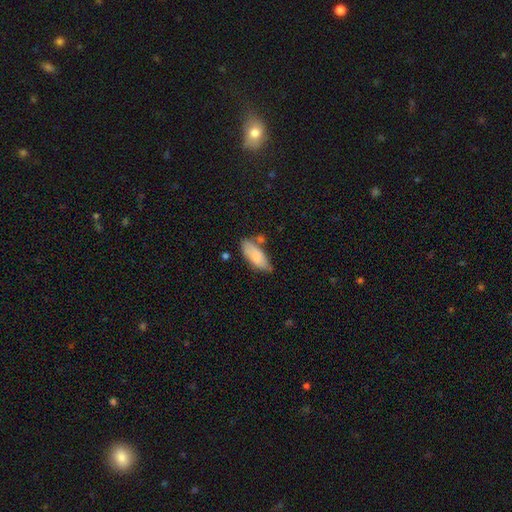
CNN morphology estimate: Q: Smooth or featured?
A: smooth (79%); runner-up: featured or disk (15%)
Q: How rounded?
A: in between (81%); runner-up: cigar-shaped (17%)
Q: Merging?
A: none (63%); runner-up: minor disturbance (23%)